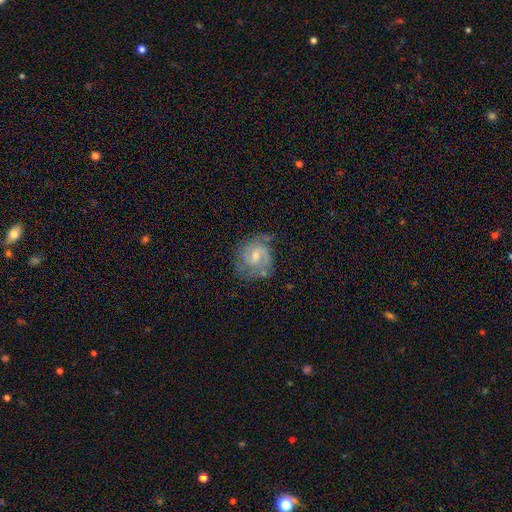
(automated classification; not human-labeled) Morphology: type=featured or disk (75%); edge-on=no (98%); bar=weak (55%); spiral arms=yes (91%); winding=medium (46%); arm count=2 (60%); bulge=small (47%); merging=none (58%).